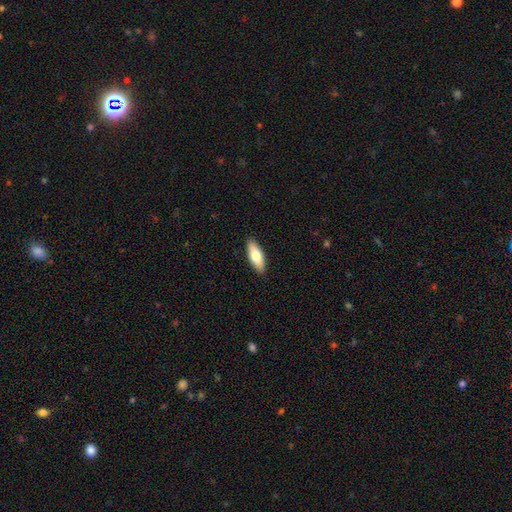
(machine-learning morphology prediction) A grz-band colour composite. It shows a smooth galaxy with no disk features (71%) that is in between round and cigar-shaped (65%). Merging: none (90%).